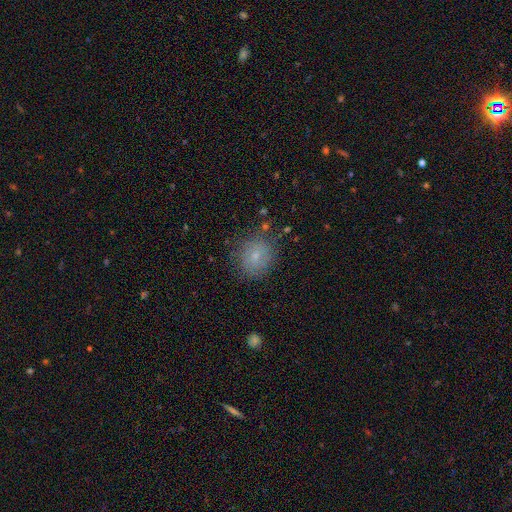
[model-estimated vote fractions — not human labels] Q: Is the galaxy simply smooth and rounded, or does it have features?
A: smooth — 71%.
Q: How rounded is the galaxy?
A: round — 74%.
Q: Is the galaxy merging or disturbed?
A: none — 78%.